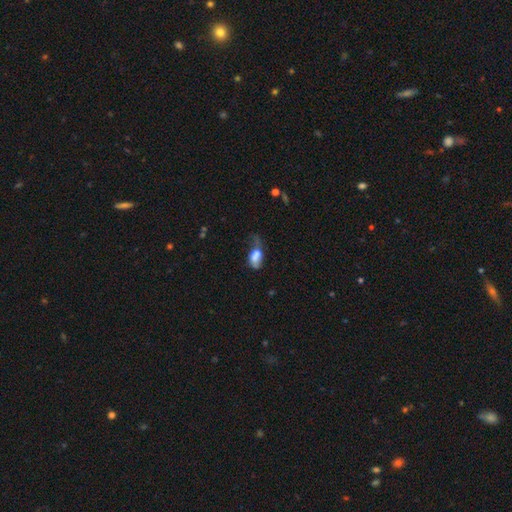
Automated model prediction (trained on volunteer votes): The model was most divided on "merging": major disturbance: 46%, minor disturbance: 26%, none: 20%, merger: 8%. More confident: how rounded — in between (86%); smooth or featured — smooth (63%).